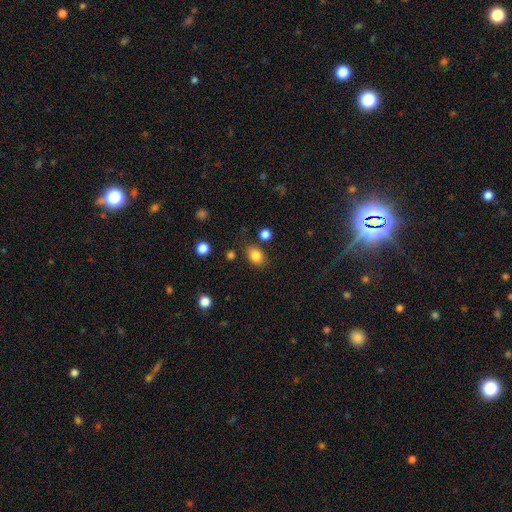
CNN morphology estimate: A smooth galaxy with no disk features (83%) that is in between round and cigar-shaped (69%).

Vote fractions:
- Smooth or featured? smooth: 83% / star or artifact: 10% / featured or disk: 7%
- How rounded? in between: 69% / round: 30% / cigar-shaped: 1%
- Merging? none: 79% / minor disturbance: 13% / merger: 5% / major disturbance: 3%